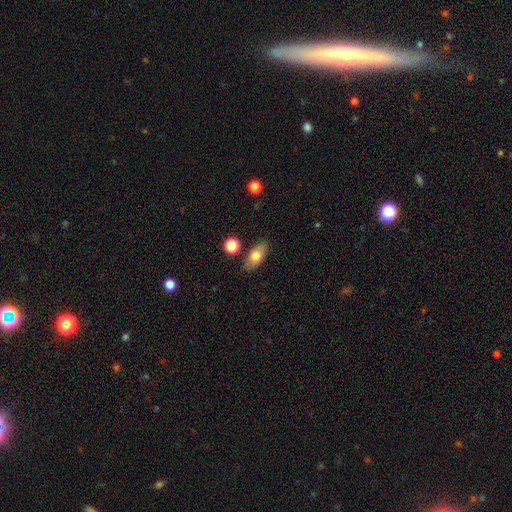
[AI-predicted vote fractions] This is likely a smooth galaxy (74%). How rounded: clearly in between (84%). Merging: clearly none (81%).